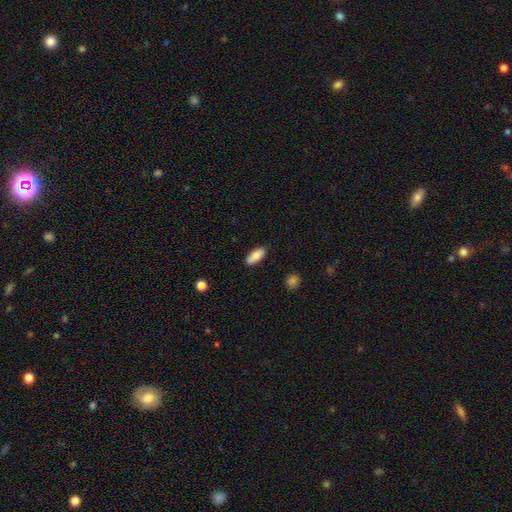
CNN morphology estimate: smooth 81%, featured or disk 13%, star or artifact 6%. Down the decision tree: how rounded — in between (87%); merging — none (85%).